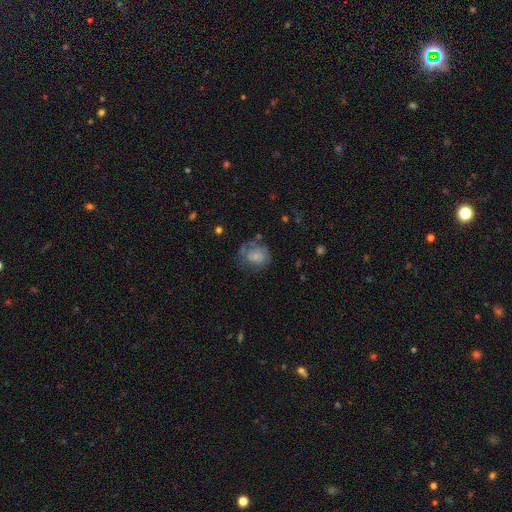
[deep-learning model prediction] The model was most divided on "merging": none: 44%, minor disturbance: 27%, major disturbance: 23%, merger: 5%. More confident: how rounded — round (62%); smooth or featured — smooth (61%).